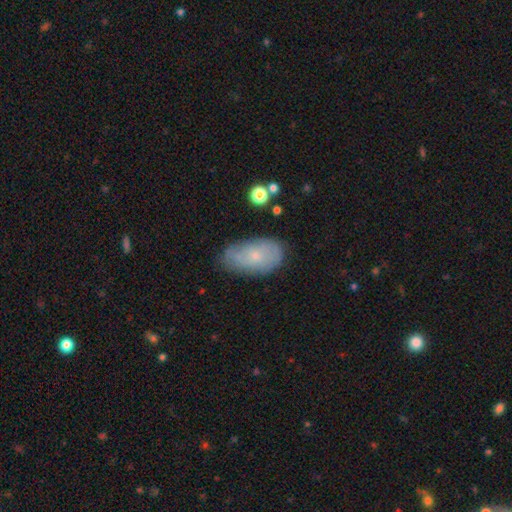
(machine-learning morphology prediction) Smooth or featured?
  - smooth: 55% *
  - featured or disk: 36%
  - star or artifact: 8%
How rounded?
  - in between: 91% *
  - round: 6%
  - cigar-shaped: 3%
Merging?
  - none: 65% *
  - minor disturbance: 27%
  - major disturbance: 6%
  - merger: 2%